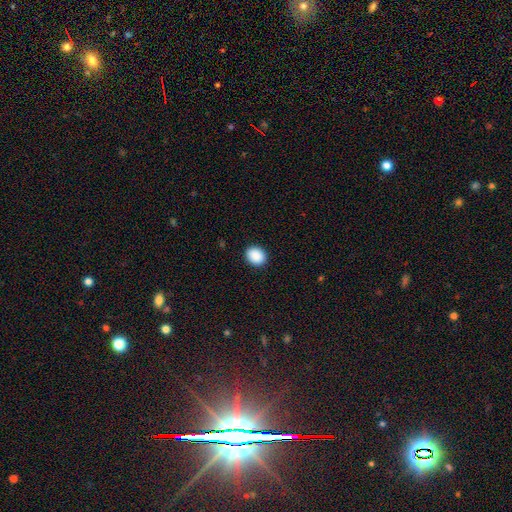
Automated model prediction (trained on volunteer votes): Smooth or featured? smooth (90%)
How rounded? round (58%)
Merging? none (91%)